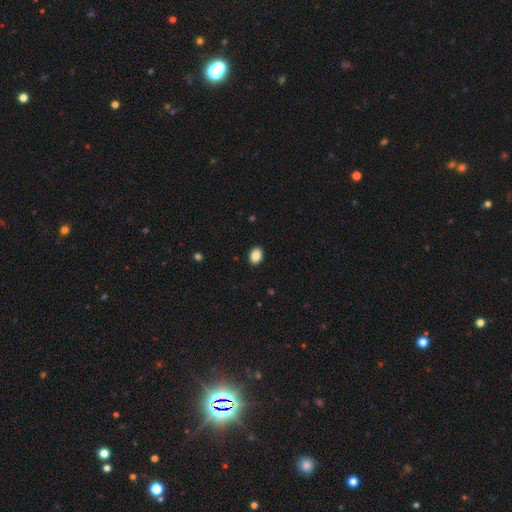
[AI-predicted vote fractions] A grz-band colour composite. It shows a smooth galaxy with no disk features (87%) that is in between round and cigar-shaped (68%). Merging: none (91%).